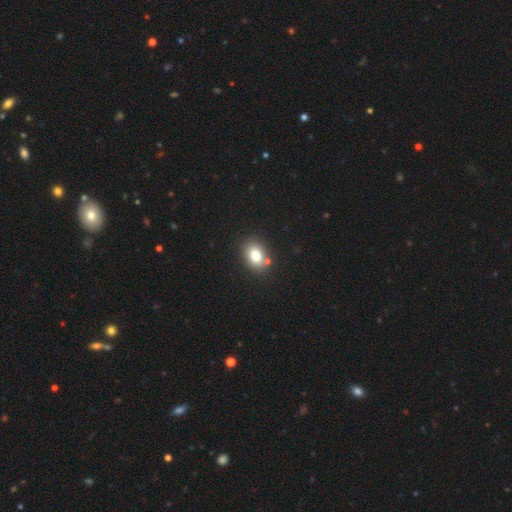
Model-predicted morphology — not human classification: smooth 81%, star or artifact 10%, featured or disk 9%. Down the decision tree: how rounded — in between (76%); merging — none (77%).